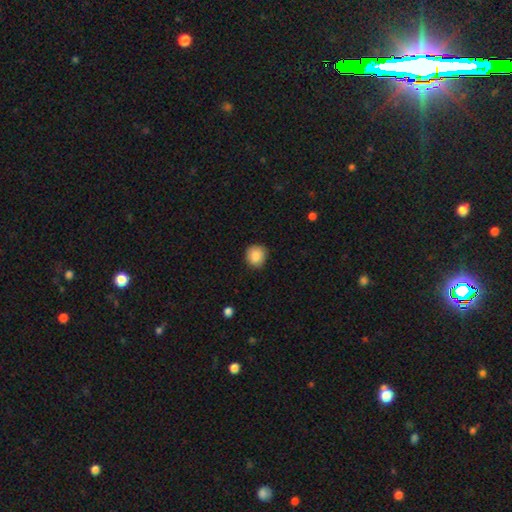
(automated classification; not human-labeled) Overall: smooth (87%). How rounded: round (84%). Merging: none (86%).